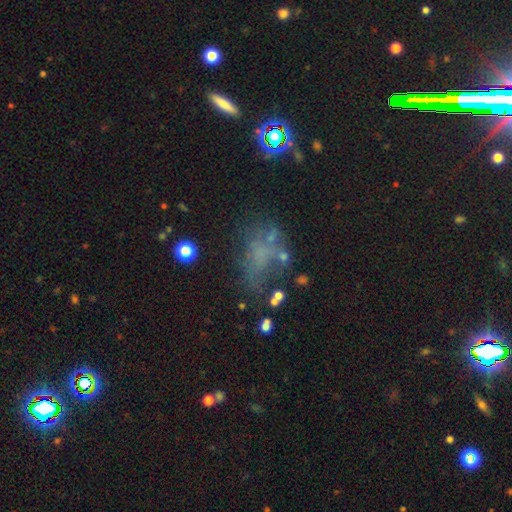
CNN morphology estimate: type=smooth (37%); merging=none (42%).